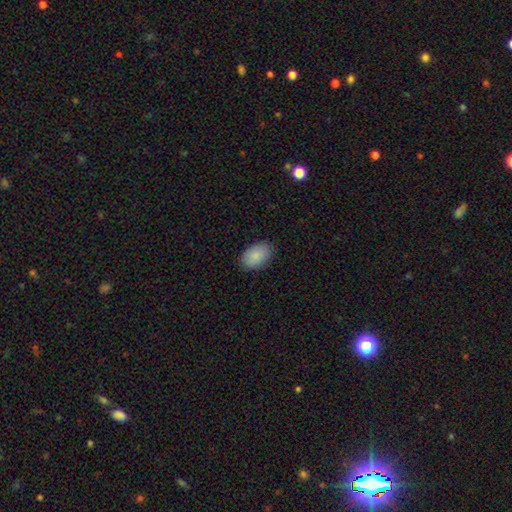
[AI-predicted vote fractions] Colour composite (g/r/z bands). It shows a smooth galaxy with no disk features (89%) that is in between round and cigar-shaped (90%). Merging: none (87%).